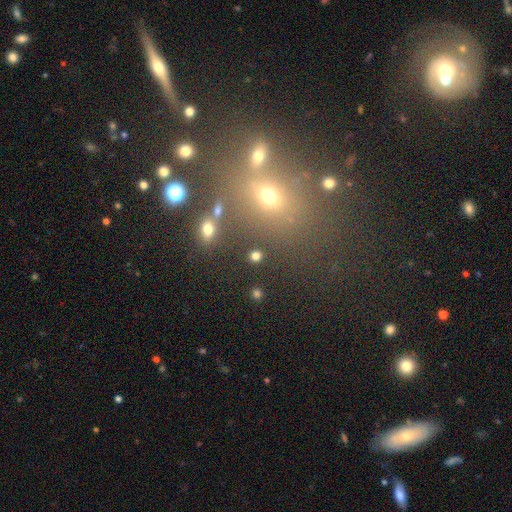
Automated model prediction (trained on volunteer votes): smooth_or_featured: smooth (p=0.76) [alt: star or artifact p=0.17]
how_rounded: round (p=0.77) [alt: in between p=0.21]
merging: none (p=0.87) [alt: minor disturbance p=0.06]